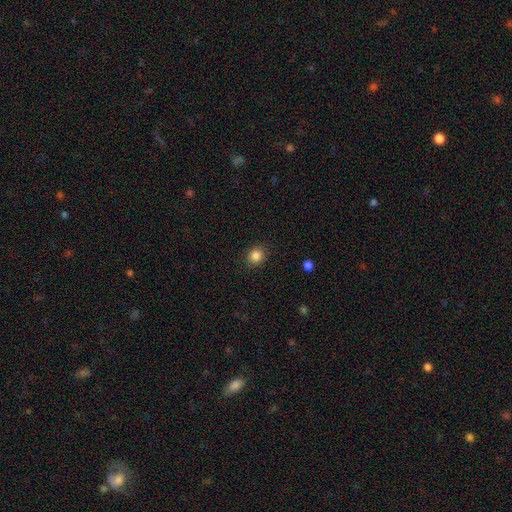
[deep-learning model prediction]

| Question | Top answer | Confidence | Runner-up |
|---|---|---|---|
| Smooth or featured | smooth | 85% | star or artifact (11%) |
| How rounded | round | 84% | in between (15%) |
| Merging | none | 90% | minor disturbance (7%) |